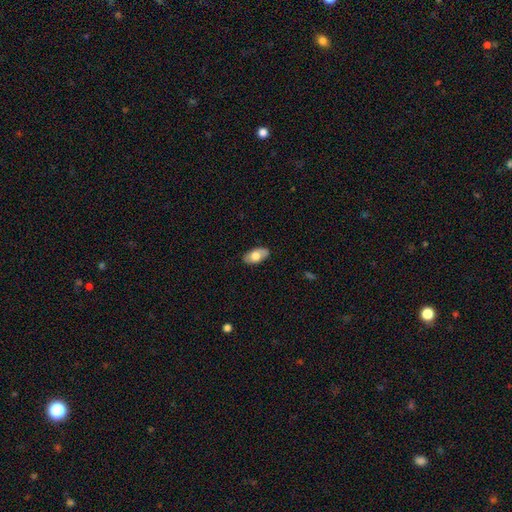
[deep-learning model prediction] Smooth or featured? smooth (71%)
How rounded? in between (94%)
Merging? none (84%)